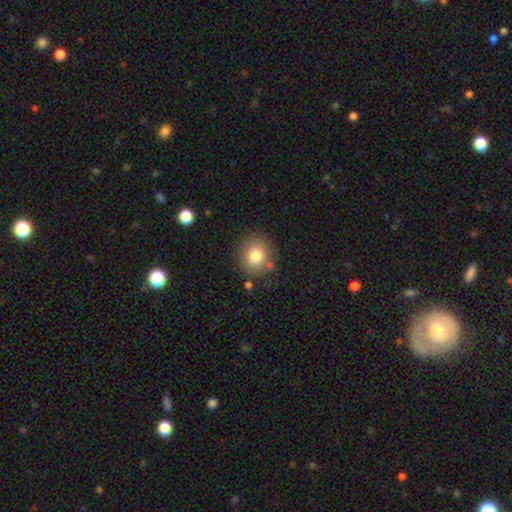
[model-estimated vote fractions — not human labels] smooth_or_featured: smooth (p=0.80) [alt: star or artifact p=0.10]
how_rounded: round (p=0.81) [alt: in between p=0.18]
merging: none (p=0.80) [alt: minor disturbance p=0.12]